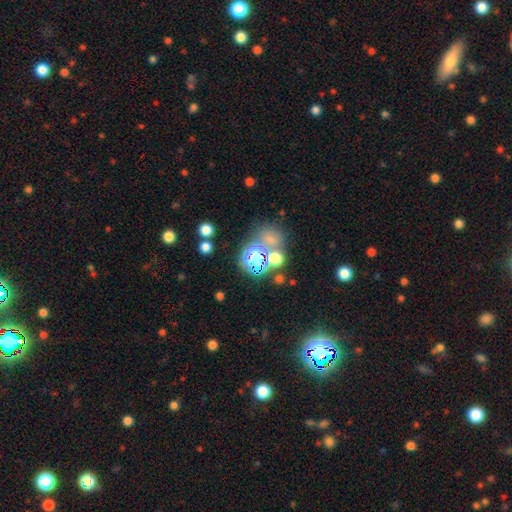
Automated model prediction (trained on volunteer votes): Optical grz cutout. It shows a star or artifact, not a galaxy (47%).